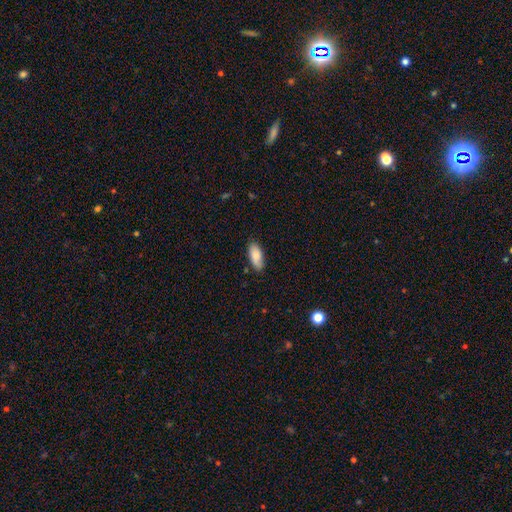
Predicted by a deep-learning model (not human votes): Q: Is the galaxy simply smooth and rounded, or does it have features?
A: smooth — 82%.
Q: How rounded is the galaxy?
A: in between — 87%.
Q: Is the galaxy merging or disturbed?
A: none — 81%.